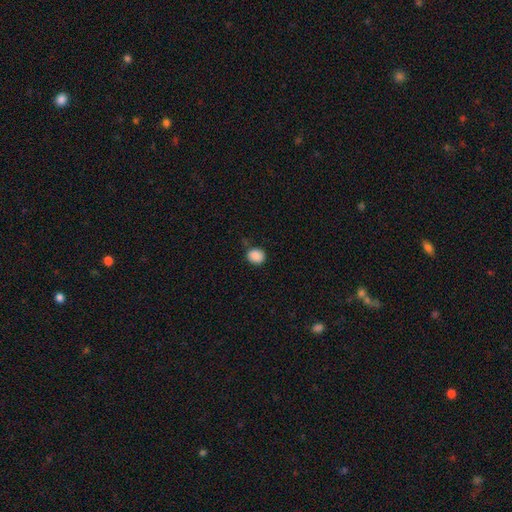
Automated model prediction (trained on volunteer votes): This appears to be a smooth galaxy with no disk features (88%) that is round (73%). Merging: none (78%).